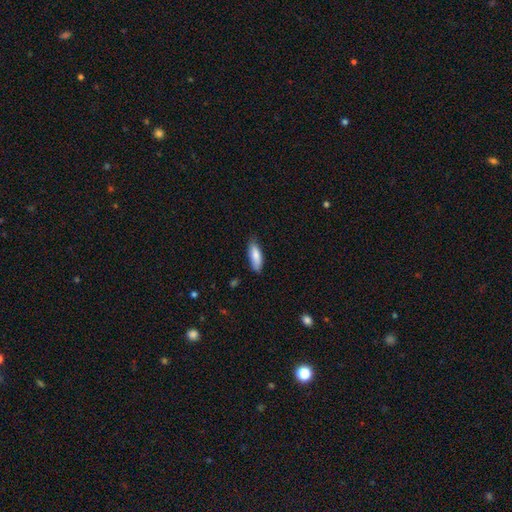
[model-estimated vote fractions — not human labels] Smooth or featured? smooth (83%)
How rounded? in between (64%)
Merging? none (80%)